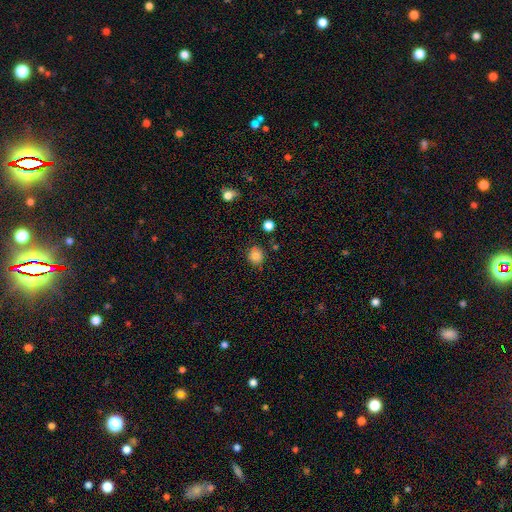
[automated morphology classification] Smooth or featured? smooth (82%)
How rounded? round (85%)
Merging? none (85%)